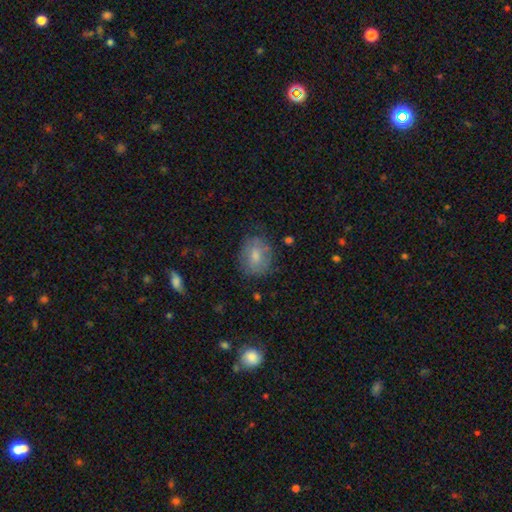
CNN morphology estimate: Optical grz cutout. It shows a smooth galaxy with no disk features (71%) that is round (54%). Merging: none (69%).